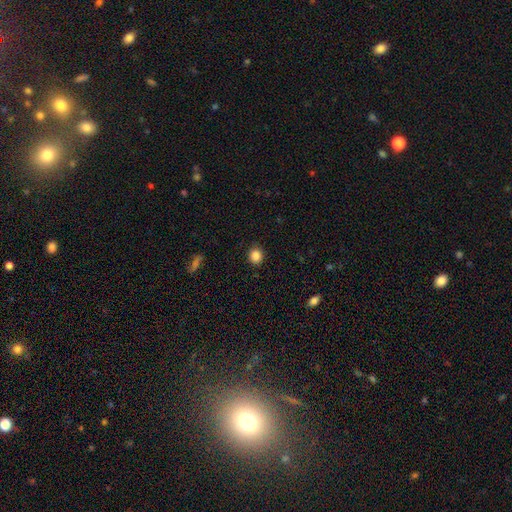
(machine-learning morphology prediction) smooth_or_featured: smooth (p=0.86) [alt: star or artifact p=0.10]
how_rounded: round (p=0.76) [alt: in between p=0.23]
merging: none (p=0.89) [alt: minor disturbance p=0.08]